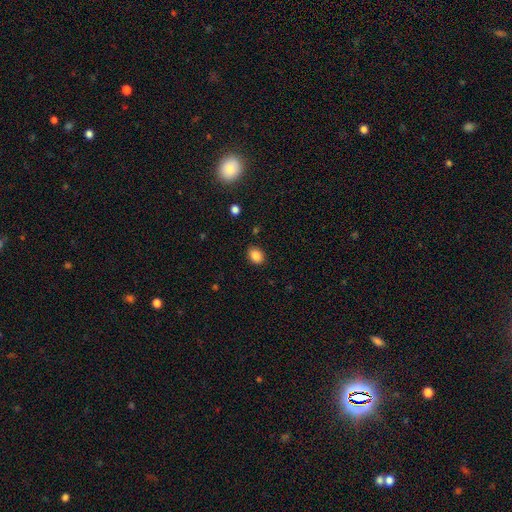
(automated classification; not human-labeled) smooth_or_featured: smooth (p=0.86) [alt: star or artifact p=0.10]
how_rounded: in between (p=0.61) [alt: round p=0.38]
merging: none (p=0.86) [alt: minor disturbance p=0.10]